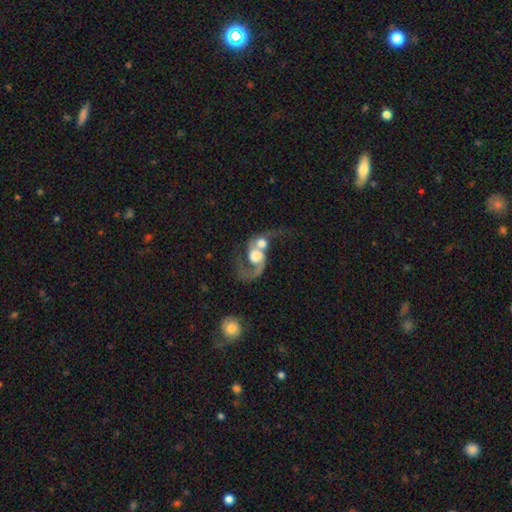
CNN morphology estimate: Q: Smooth or featured?
A: featured or disk (70%); runner-up: smooth (22%)
Q: Edge-on disk?
A: no (97%); runner-up: yes (3%)
Q: Bar?
A: no (69%); runner-up: weak (25%)
Q: Spiral arms?
A: yes (86%); runner-up: no (14%)
Q: Spiral winding?
A: loose (68%); runner-up: medium (24%)
Q: Spiral arm count?
A: 2 (56%); runner-up: 1 (36%)
Q: Bulge size?
A: large (47%); runner-up: moderate (30%)
Q: Merging?
A: merger (74%); runner-up: major disturbance (12%)